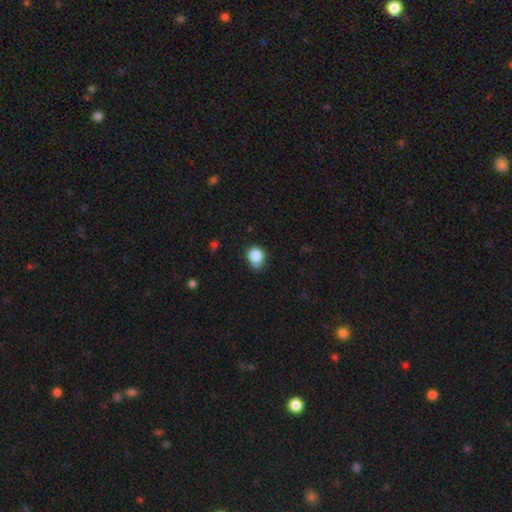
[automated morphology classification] Q: Smooth or featured?
A: smooth (84%); runner-up: star or artifact (11%)
Q: How rounded?
A: round (71%); runner-up: in between (28%)
Q: Merging?
A: none (63%); runner-up: minor disturbance (27%)